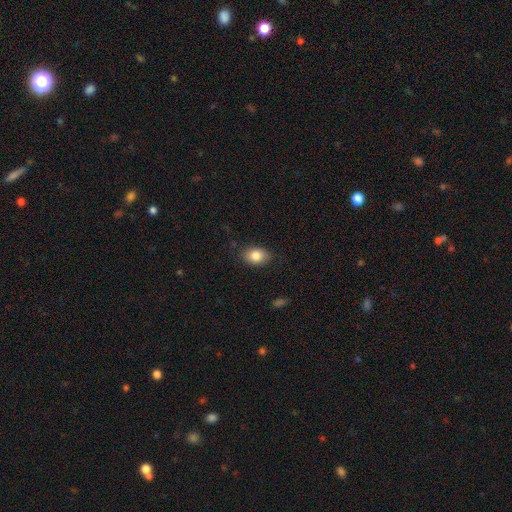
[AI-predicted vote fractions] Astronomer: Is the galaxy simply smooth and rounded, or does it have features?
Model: smooth — 83%.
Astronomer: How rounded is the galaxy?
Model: in between — 79%.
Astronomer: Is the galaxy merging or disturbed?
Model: none — 84%.